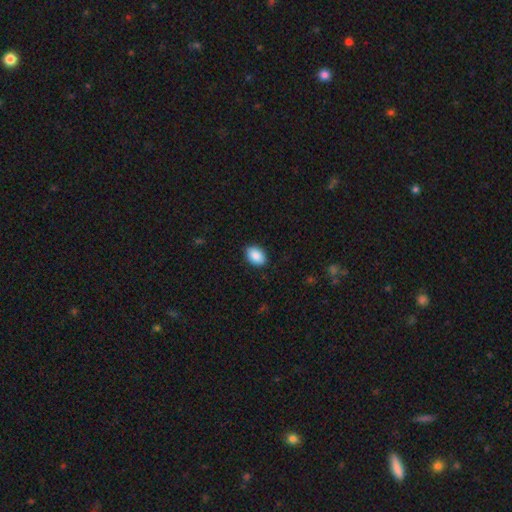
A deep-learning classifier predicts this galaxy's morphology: smooth_or_featured: smooth (p=0.89) [alt: star or artifact p=0.07]
how_rounded: in between (p=0.87) [alt: round p=0.12]
merging: none (p=0.89) [alt: minor disturbance p=0.08]